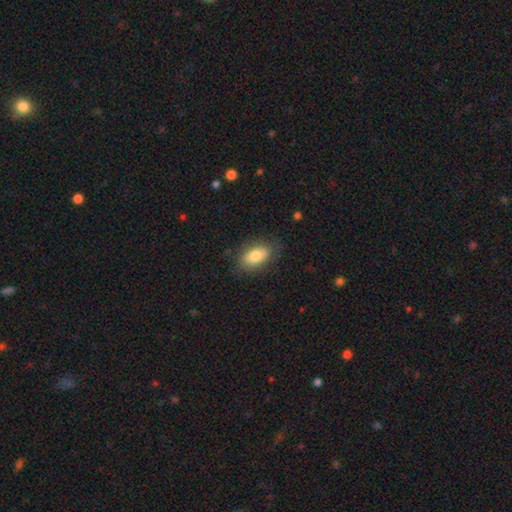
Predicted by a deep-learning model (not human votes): Morphology: type=smooth (77%); roundness=in between (90%); merging=none (79%).